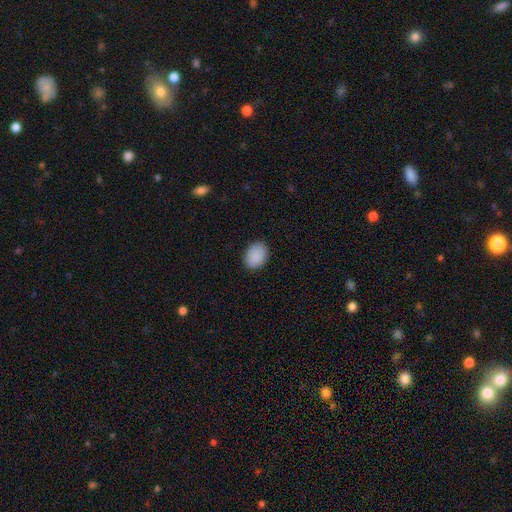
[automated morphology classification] This appears to be a smooth galaxy with no disk features (90%) that is in between round and cigar-shaped (71%). Merging: none (87%).